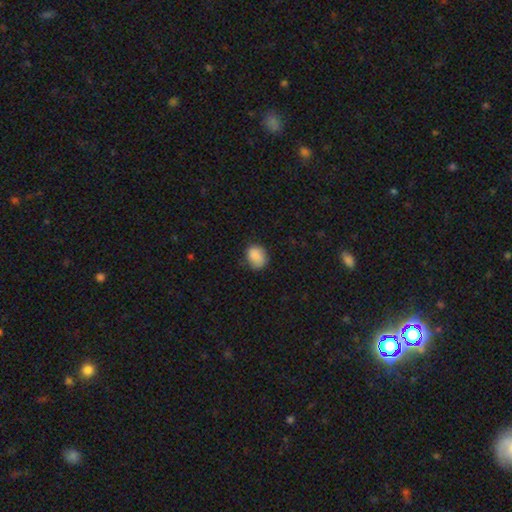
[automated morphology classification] type=smooth (86%); roundness=in between (53%); merging=none (68%).